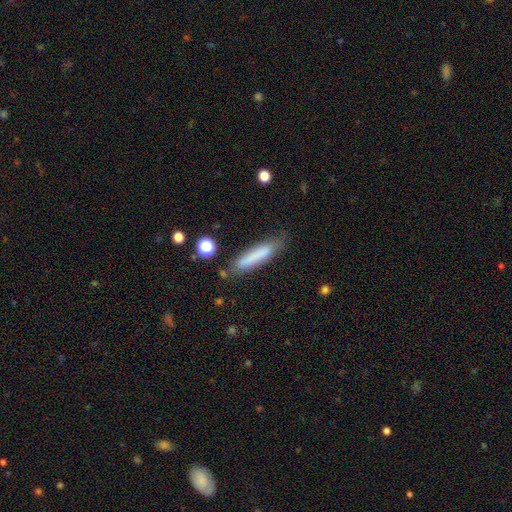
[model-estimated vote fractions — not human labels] A smooth galaxy with no disk features (77%) that is cigar-shaped (87%). Merging: none (77%).